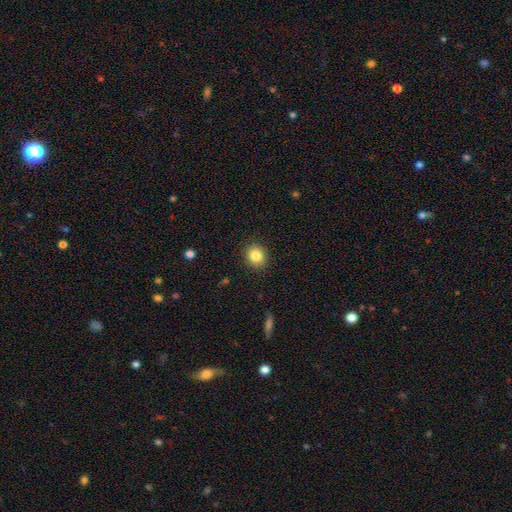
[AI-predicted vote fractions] Morphology: type=smooth (85%); roundness=round (83%); merging=none (90%).